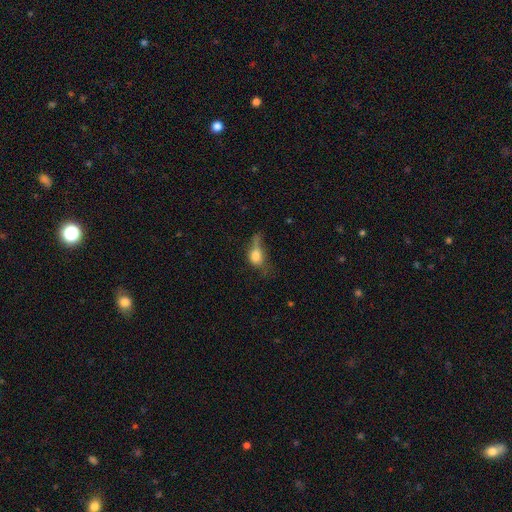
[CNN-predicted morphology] Smooth or featured? smooth (68%)
How rounded? in between (64%)
Merging? major disturbance (39%)